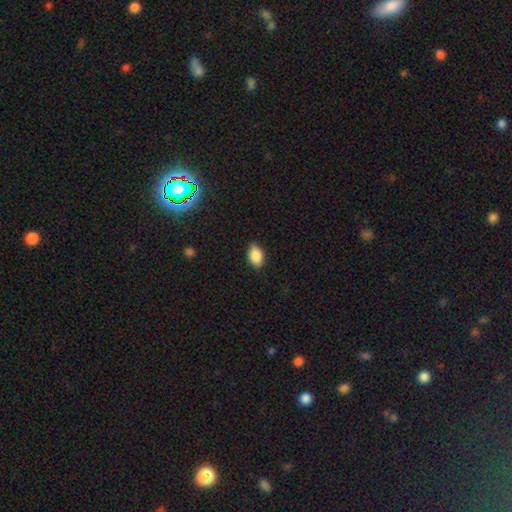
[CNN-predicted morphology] This appears to be a smooth galaxy with no disk features (88%) that is in between round and cigar-shaped (86%). Merging: none (86%).